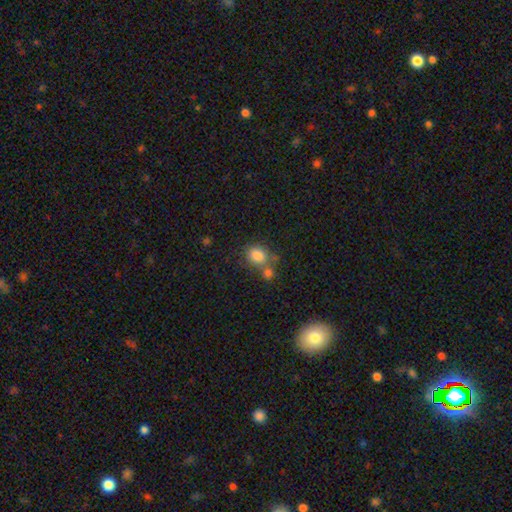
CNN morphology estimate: Overall: smooth (82%). How rounded: round (61%; in between 38%). Merging: none (53%; merger 29%).